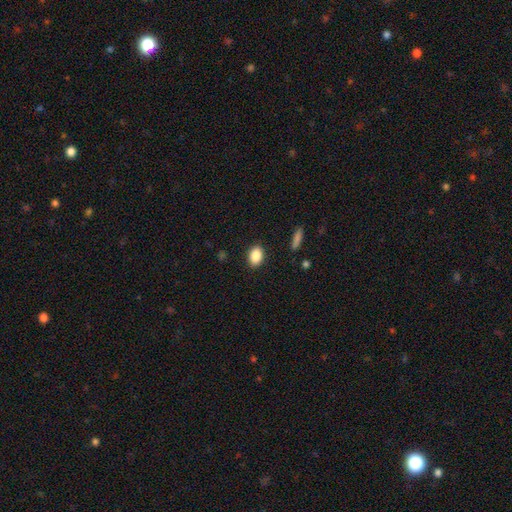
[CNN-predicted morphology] The model was most divided on "how rounded": in between: 81%, round: 17%, cigar-shaped: 2%. More confident: merging — none (89%); smooth or featured — smooth (88%).